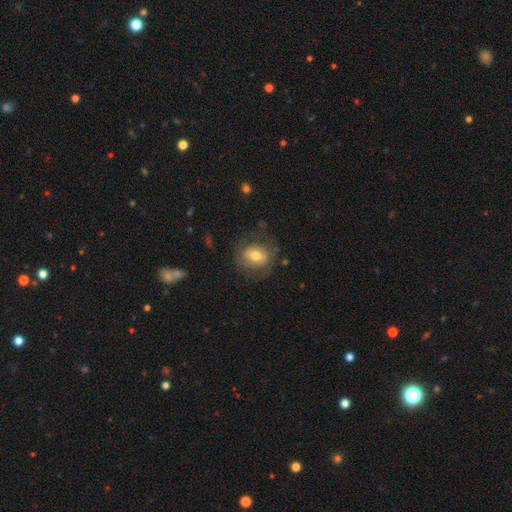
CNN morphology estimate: Smooth or featured? Predicted: smooth (p=0.61). How rounded? Predicted: round (p=0.63). Merging? Predicted: none (p=0.68).